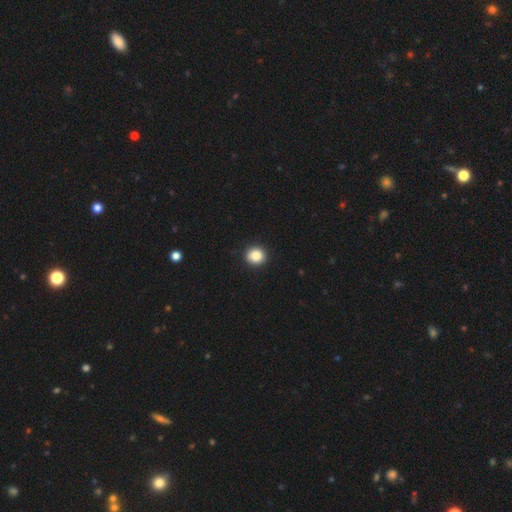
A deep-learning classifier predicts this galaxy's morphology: This is clearly a smooth galaxy (88%). How rounded: clearly round (89%). Merging: clearly none (92%).